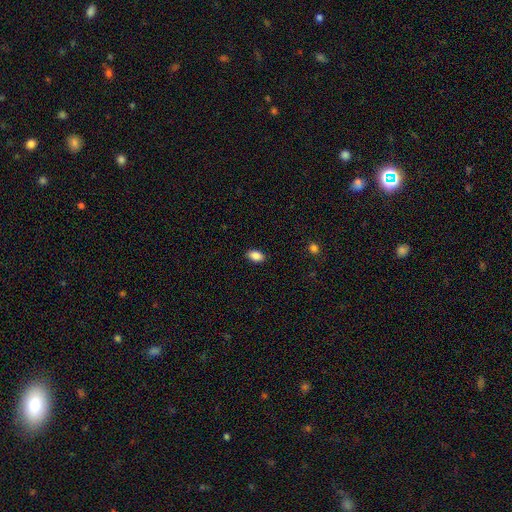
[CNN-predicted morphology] Smooth or featured?
  - smooth: 88% *
  - star or artifact: 8%
  - featured or disk: 4%
How rounded?
  - in between: 90% *
  - round: 7%
  - cigar-shaped: 2%
Merging?
  - none: 87% *
  - minor disturbance: 9%
  - major disturbance: 2%
  - merger: 1%